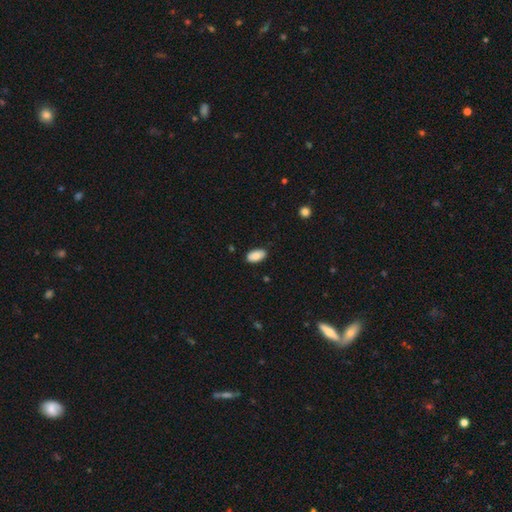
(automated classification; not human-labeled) The model was most divided on "merging": none: 85%, minor disturbance: 12%, major disturbance: 2%, merger: 1%. More confident: how rounded — in between (94%); smooth or featured — smooth (87%).